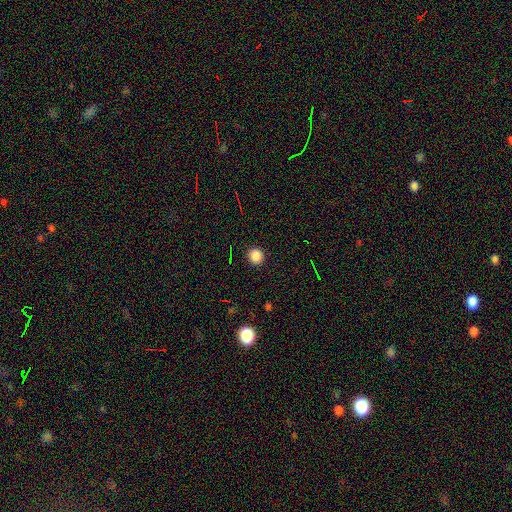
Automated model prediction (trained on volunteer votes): A smooth galaxy with no disk features (84%) that is round (92%). Merging: none (92%).